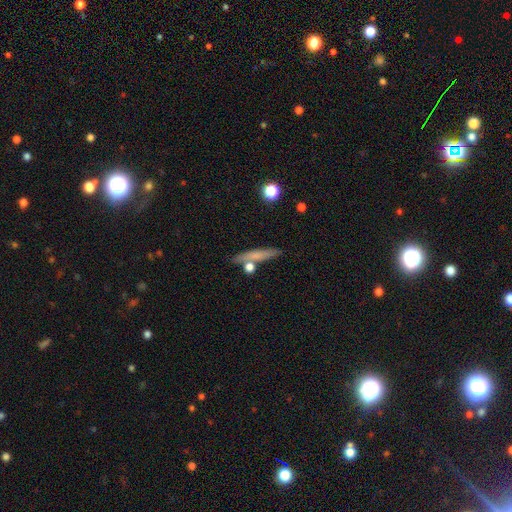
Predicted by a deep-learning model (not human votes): smooth-or-featured: smooth: 65% | featured or disk: 28% | star or artifact: 8%
  how-rounded: cigar-shaped: 87% | in between: 9% | round: 4%
  merging: none: 77% | minor disturbance: 11% | merger: 9% | major disturbance: 3%